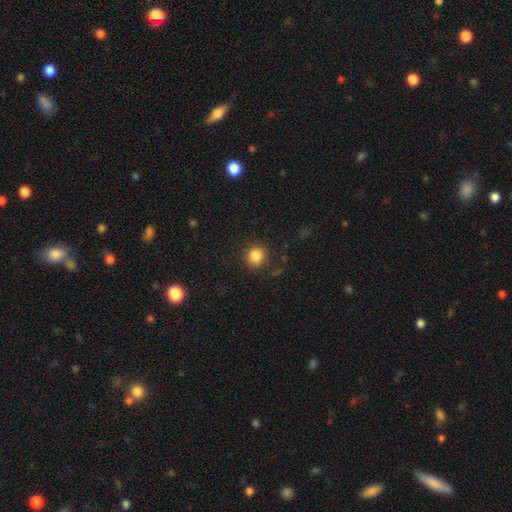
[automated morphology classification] This appears to be a smooth galaxy with no disk features (85%) that is round (87%). Merging: none (85%).